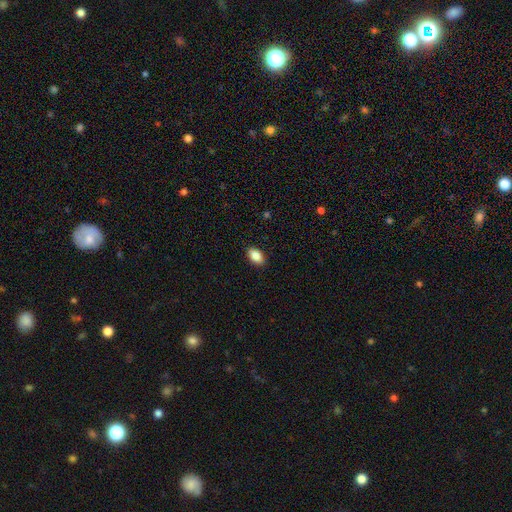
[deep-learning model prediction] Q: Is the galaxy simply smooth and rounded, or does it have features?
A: smooth — 88%.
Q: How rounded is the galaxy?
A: in between — 91%.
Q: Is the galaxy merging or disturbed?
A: none — 89%.